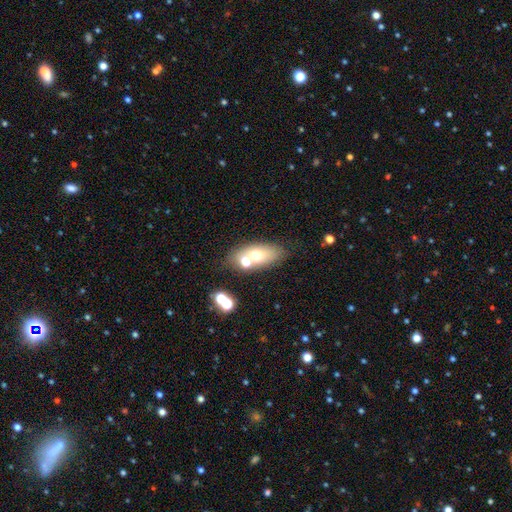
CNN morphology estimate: Smooth or featured: smooth — 60% (featured or disk — 28%)
How rounded: in between — 80% (round — 13%)
Merging: none — 50% (merger — 33%)